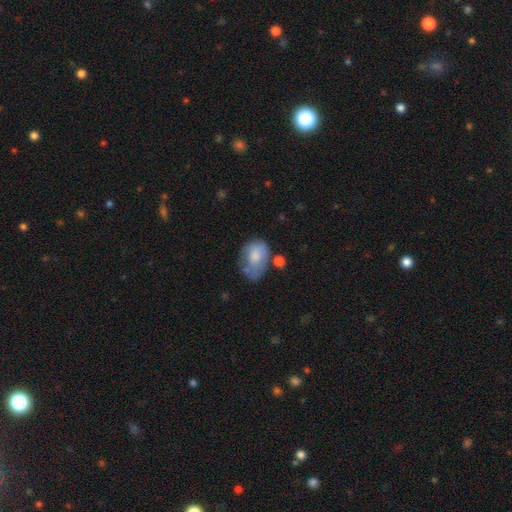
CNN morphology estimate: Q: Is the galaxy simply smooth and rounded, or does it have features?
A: smooth — 68%.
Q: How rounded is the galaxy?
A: in between — 74%.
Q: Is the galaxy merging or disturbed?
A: none — 37%.